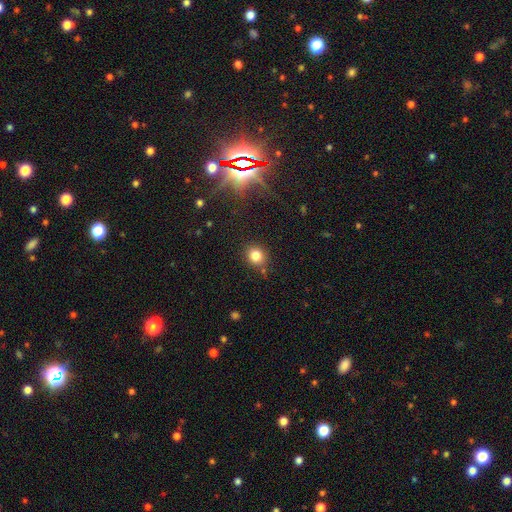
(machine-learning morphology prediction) This is clearly a smooth galaxy (80%). How rounded: likely round (79%). Merging: clearly none (83%).